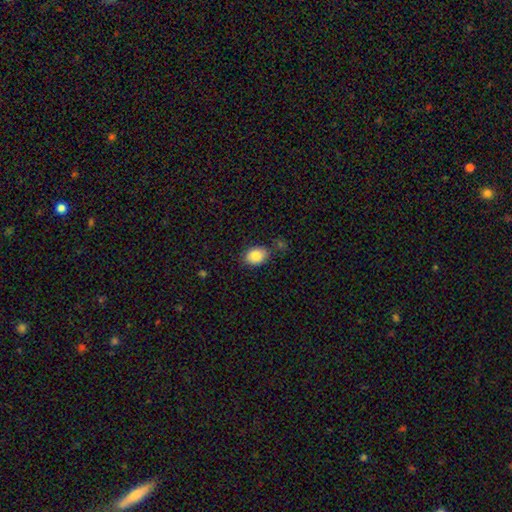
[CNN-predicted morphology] smooth-or-featured: smooth: 88% | star or artifact: 8% | featured or disk: 5%
  how-rounded: in between: 65% | round: 34% | cigar-shaped: 1%
  merging: none: 77% | minor disturbance: 15% | merger: 4% | major disturbance: 4%